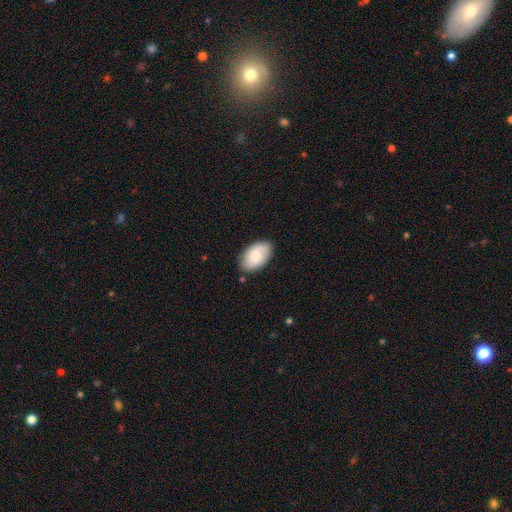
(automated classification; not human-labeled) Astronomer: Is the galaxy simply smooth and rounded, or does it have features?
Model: smooth — 72%.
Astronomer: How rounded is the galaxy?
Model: in between — 93%.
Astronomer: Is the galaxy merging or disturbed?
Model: none — 82%.